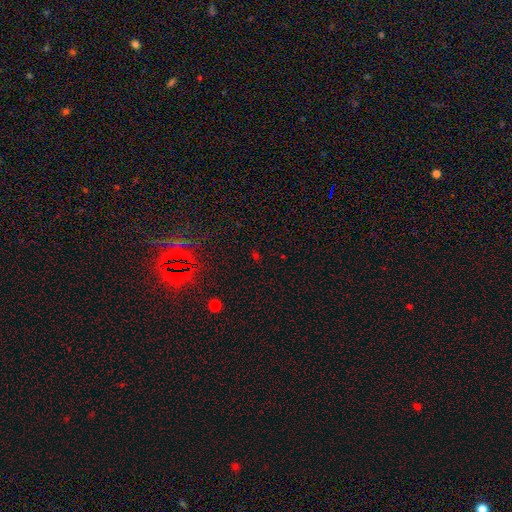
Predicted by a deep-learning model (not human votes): Smooth or featured? Predicted: star or artifact (p=0.63).